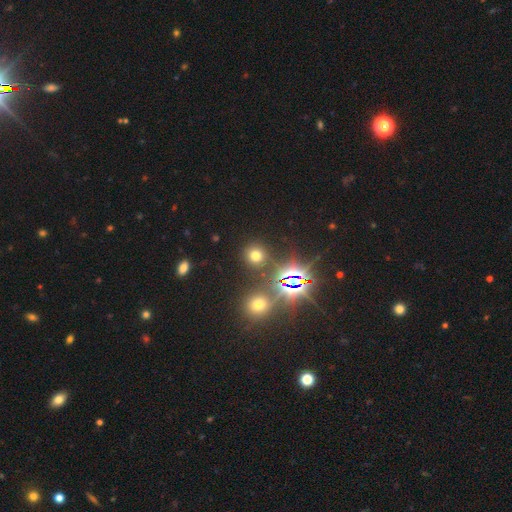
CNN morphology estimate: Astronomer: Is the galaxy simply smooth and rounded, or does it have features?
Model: smooth — 60%.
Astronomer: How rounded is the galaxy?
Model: round — 87%.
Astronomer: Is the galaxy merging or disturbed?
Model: none — 85%.